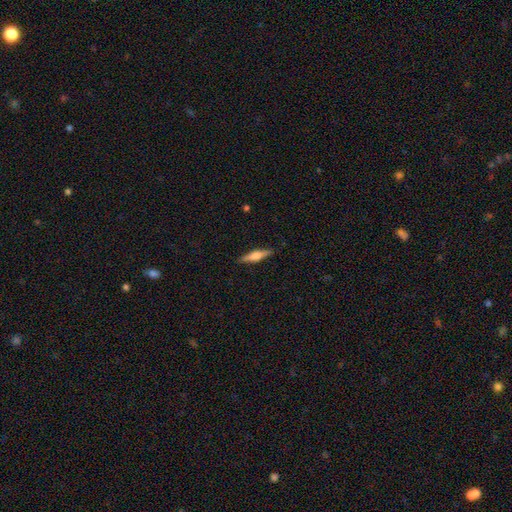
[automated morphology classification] Q: Smooth or featured?
A: featured or disk (50%); runner-up: smooth (44%)
Q: Edge-on disk?
A: yes (96%); runner-up: no (4%)
Q: Merging?
A: none (89%); runner-up: minor disturbance (8%)